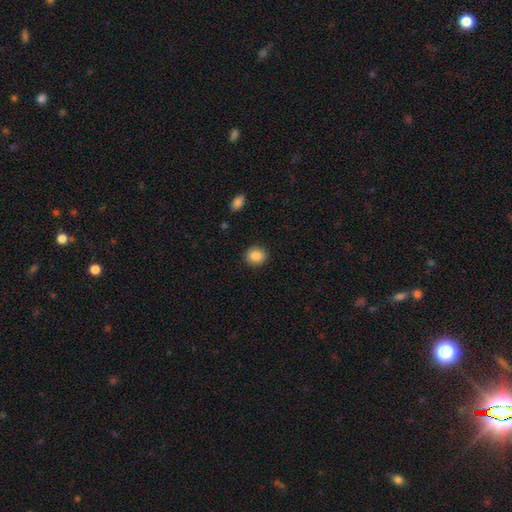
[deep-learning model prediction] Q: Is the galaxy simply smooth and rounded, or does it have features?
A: smooth — 87%.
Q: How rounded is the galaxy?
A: round — 71%.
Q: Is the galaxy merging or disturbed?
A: none — 91%.